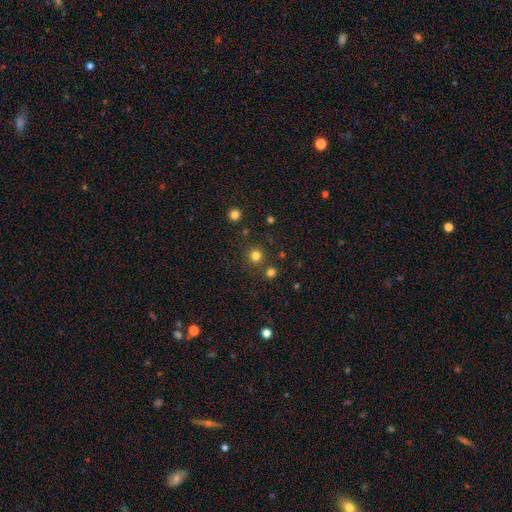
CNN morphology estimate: Smooth or featured? Predicted: smooth (p=0.79). How rounded? Predicted: round (p=0.94). Merging? Predicted: none (p=0.83).